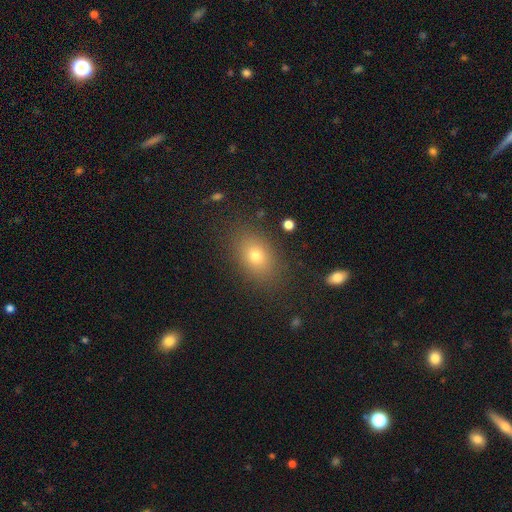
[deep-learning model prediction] A smooth galaxy with no disk features (74%) that is in between round and cigar-shaped (77%). Merging: none (85%).